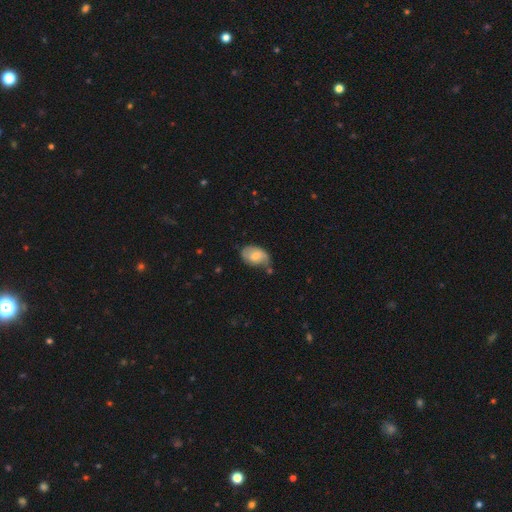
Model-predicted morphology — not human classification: Smooth or featured?
  - smooth: 59% *
  - featured or disk: 33%
  - star or artifact: 7%
How rounded?
  - in between: 86% *
  - round: 13%
  - cigar-shaped: 1%
Merging?
  - none: 49% *
  - minor disturbance: 33%
  - major disturbance: 10%
  - merger: 7%